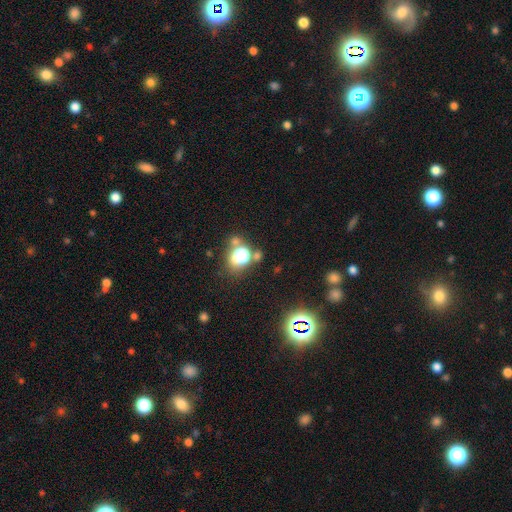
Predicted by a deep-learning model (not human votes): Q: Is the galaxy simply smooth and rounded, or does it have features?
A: smooth — 49%.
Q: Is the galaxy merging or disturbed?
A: none — 68%.